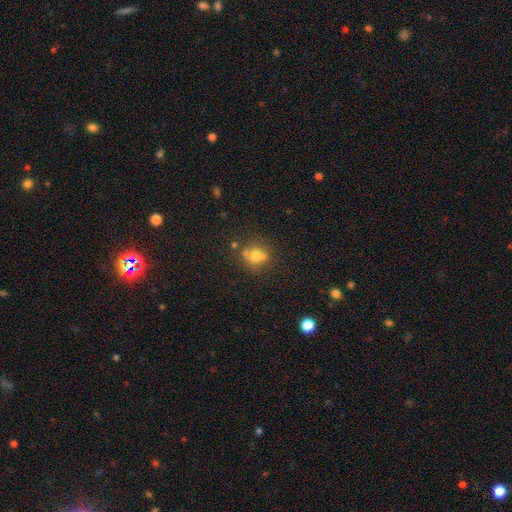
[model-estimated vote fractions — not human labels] smooth 64%, featured or disk 20%, star or artifact 15%. Down the decision tree: how rounded — round (74%); merging — none (53%).